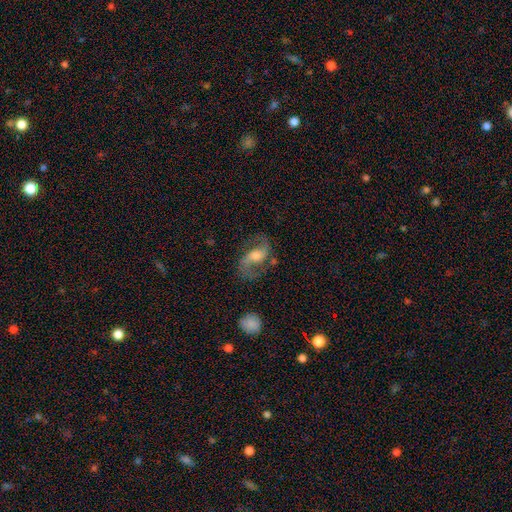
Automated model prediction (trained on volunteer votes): smooth_or_featured: featured or disk (p=0.83) [alt: smooth p=0.10]
disk_edge_on: no (p=0.96) [alt: yes p=0.04]
bar: weak (p=0.41) [alt: no p=0.36]
has_spiral_arms: yes (p=0.95) [alt: no p=0.05]
spiral_winding: loose (p=0.55) [alt: medium p=0.37]
spiral_arm_count: 2 (p=0.92) [alt: can't tell p=0.02]
bulge_size: moderate (p=0.59) [alt: small p=0.25]
merging: none (p=0.71) [alt: minor disturbance p=0.15]